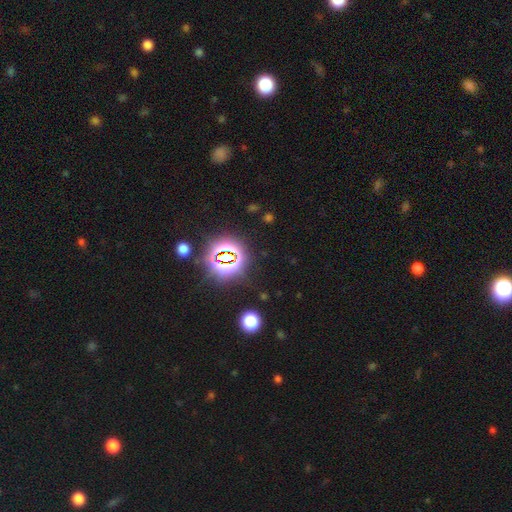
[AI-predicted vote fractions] Smooth or featured?
  - star or artifact: 82% *
  - smooth: 12%
  - featured or disk: 6%